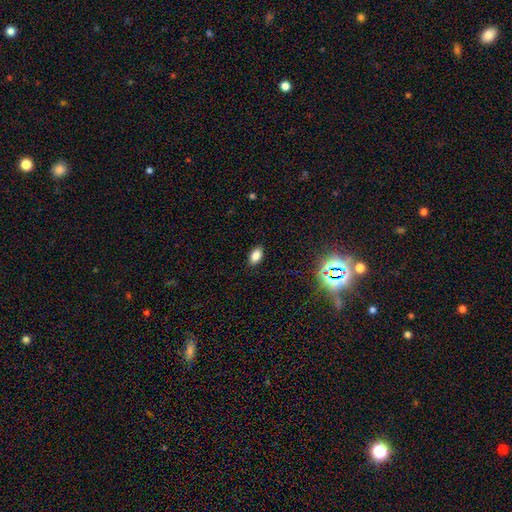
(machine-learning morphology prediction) smooth-or-featured: smooth: 80% | star or artifact: 13% | featured or disk: 8%
  how-rounded: in between: 91% | round: 6% | cigar-shaped: 3%
  merging: none: 88% | minor disturbance: 9% | major disturbance: 2% | merger: 1%